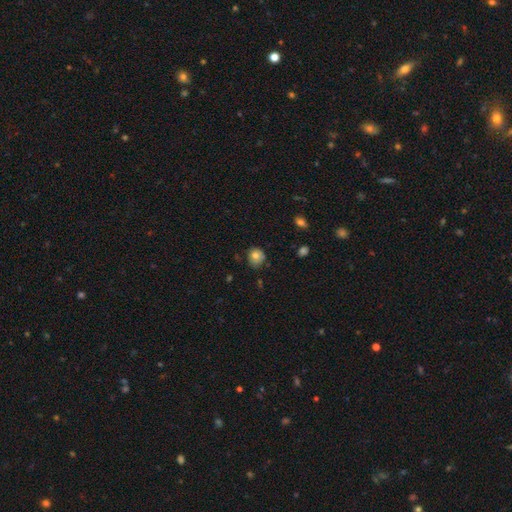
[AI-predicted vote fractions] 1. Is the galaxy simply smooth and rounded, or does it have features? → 76% smooth, 14% featured or disk, 10% star or artifact.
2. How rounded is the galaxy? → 83% round, 16% in between, 1% cigar-shaped.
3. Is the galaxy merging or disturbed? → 74% none, 21% minor disturbance, 4% major disturbance, 2% merger.